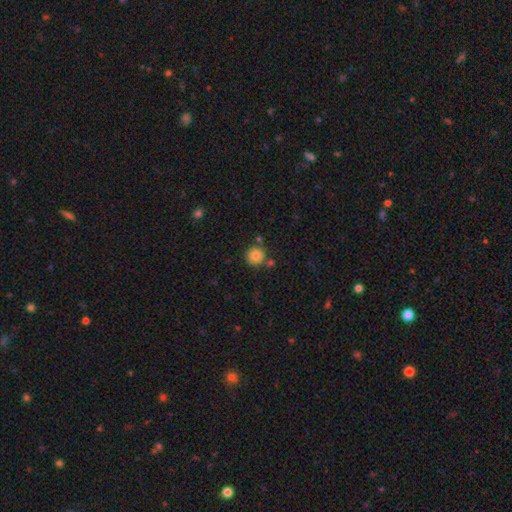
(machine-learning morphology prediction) A smooth galaxy with no disk features (84%) that is round (94%).

Vote fractions:
- Smooth or featured? smooth: 84% / star or artifact: 10% / featured or disk: 6%
- How rounded? round: 94% / in between: 5% / cigar-shaped: 1%
- Merging? none: 80% / merger: 9% / minor disturbance: 9% / major disturbance: 2%